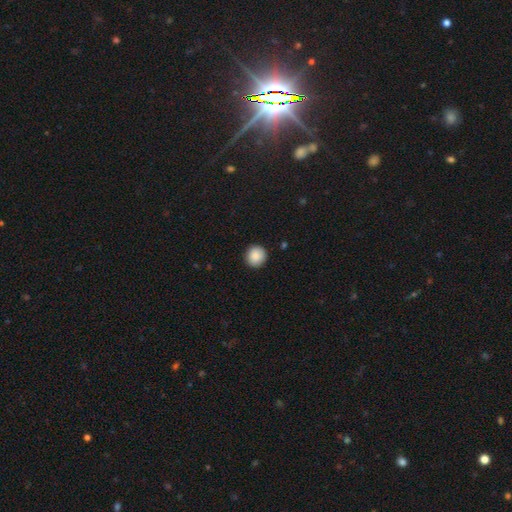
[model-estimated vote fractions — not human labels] Q: Smooth or featured?
A: smooth (89%); runner-up: star or artifact (8%)
Q: How rounded?
A: round (93%); runner-up: in between (6%)
Q: Merging?
A: none (92%); runner-up: minor disturbance (6%)